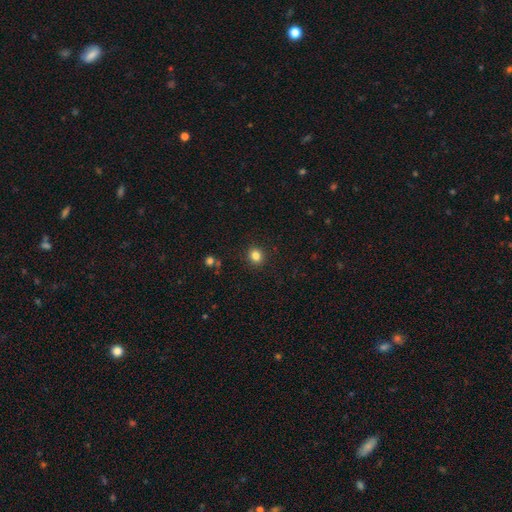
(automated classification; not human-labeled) Smooth or featured?
  - smooth: 83% *
  - star or artifact: 12%
  - featured or disk: 5%
How rounded?
  - round: 86% *
  - in between: 14%
  - cigar-shaped: 1%
Merging?
  - none: 91% *
  - minor disturbance: 6%
  - major disturbance: 2%
  - merger: 1%